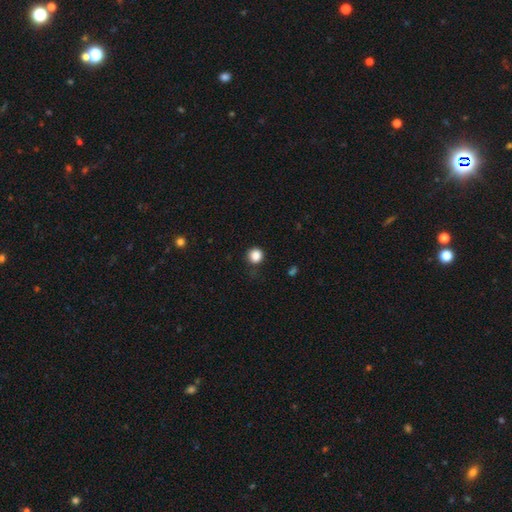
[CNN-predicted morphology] A smooth galaxy with no disk features (86%) that is round (91%). Merging: none (81%).